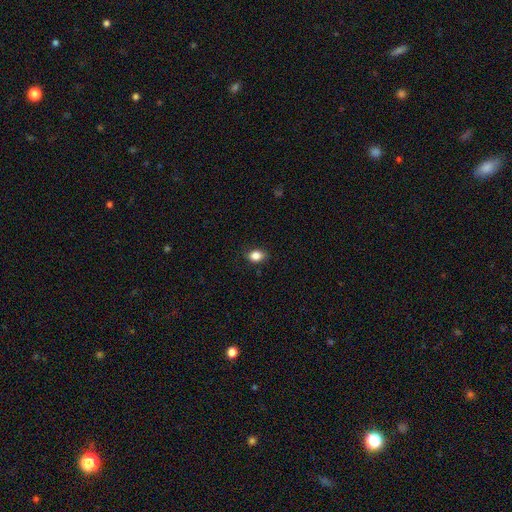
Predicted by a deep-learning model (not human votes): The model was most divided on "how rounded": in between: 64%, round: 35%, cigar-shaped: 1%. More confident: smooth or featured — smooth (86%); merging — none (81%).